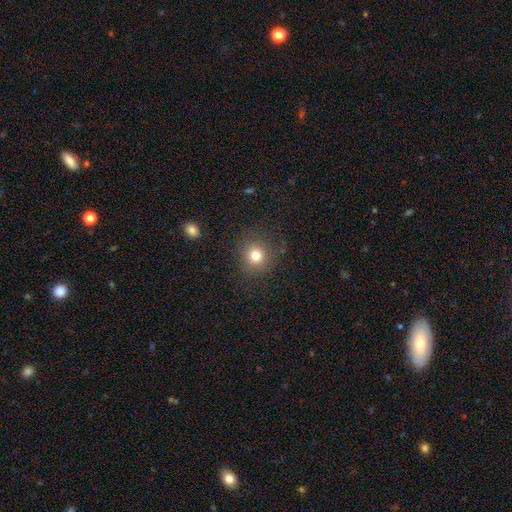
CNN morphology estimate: type=smooth (78%); roundness=round (88%); merging=none (85%).